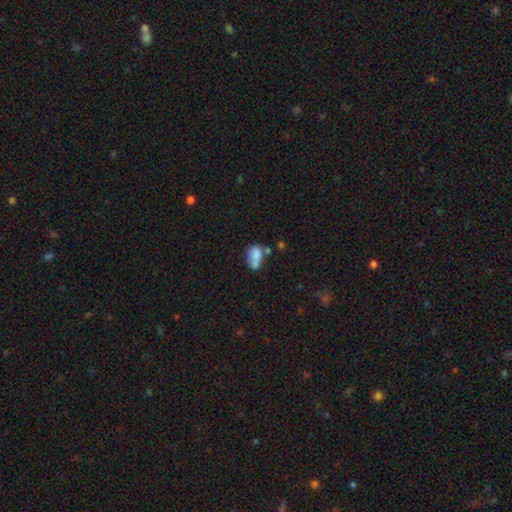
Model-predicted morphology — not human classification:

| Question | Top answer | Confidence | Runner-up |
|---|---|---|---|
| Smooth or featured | smooth | 71% | featured or disk (19%) |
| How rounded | in between | 77% | round (21%) |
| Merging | merger | 44% | none (27%) |